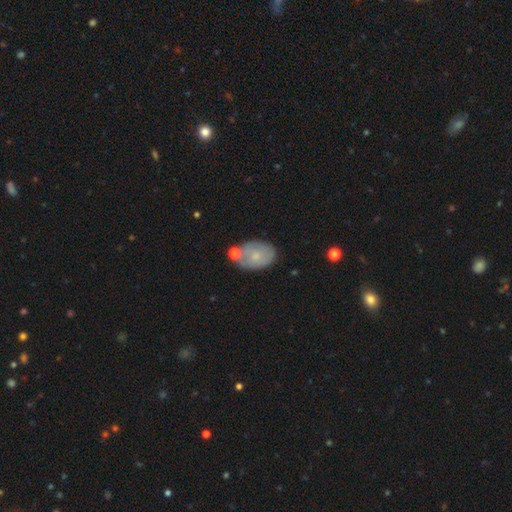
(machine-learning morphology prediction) Smooth or featured? smooth (62%)
How rounded? in between (86%)
Merging? none (58%)